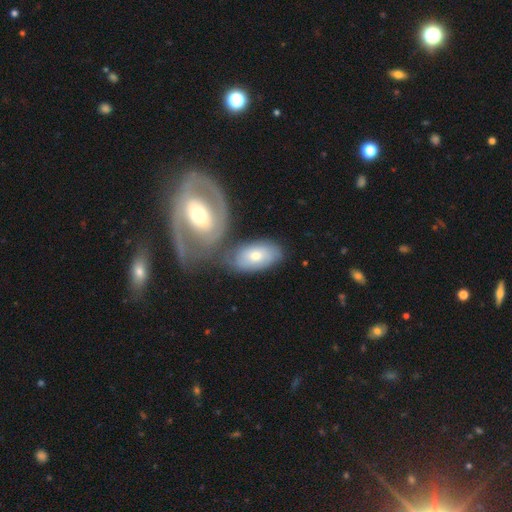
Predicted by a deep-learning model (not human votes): smooth-or-featured: smooth: 50% | featured or disk: 43% | star or artifact: 6%
  how-rounded: in between: 90% | round: 7% | cigar-shaped: 3%
  merging: none: 50% | merger: 30% | minor disturbance: 15% | major disturbance: 6%